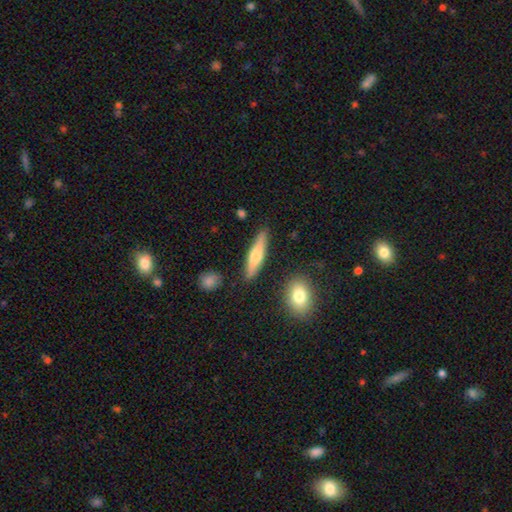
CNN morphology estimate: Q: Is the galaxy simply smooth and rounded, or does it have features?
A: smooth — 58%.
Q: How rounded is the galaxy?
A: cigar-shaped — 76%.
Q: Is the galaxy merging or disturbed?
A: none — 86%.